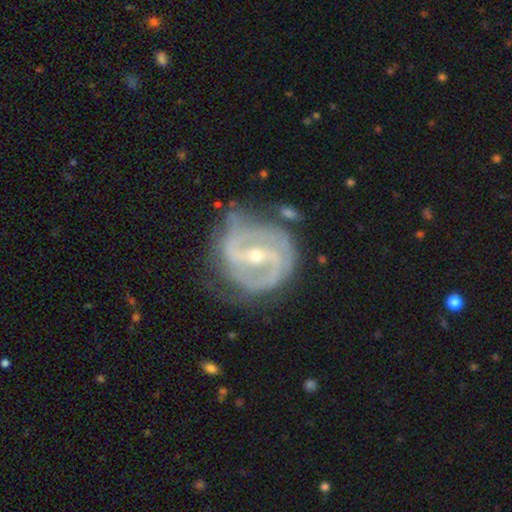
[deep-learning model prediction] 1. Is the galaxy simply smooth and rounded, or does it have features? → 89% featured or disk, 6% smooth, 5% star or artifact.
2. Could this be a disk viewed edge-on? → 97% no, 3% yes.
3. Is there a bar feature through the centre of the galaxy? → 46% strong, 37% weak, 17% no.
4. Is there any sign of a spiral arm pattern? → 94% yes, 6% no.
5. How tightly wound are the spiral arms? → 44% tight, 43% medium, 12% loose.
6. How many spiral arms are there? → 67% 2, 12% can't tell, 12% 3, 3% 1, 3% 4, 2% more than 4.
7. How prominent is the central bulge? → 61% small, 37% moderate, 1% large, 1% none, 1% dominant.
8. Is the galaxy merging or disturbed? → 61% none, 24% minor disturbance, 12% major disturbance, 3% merger.